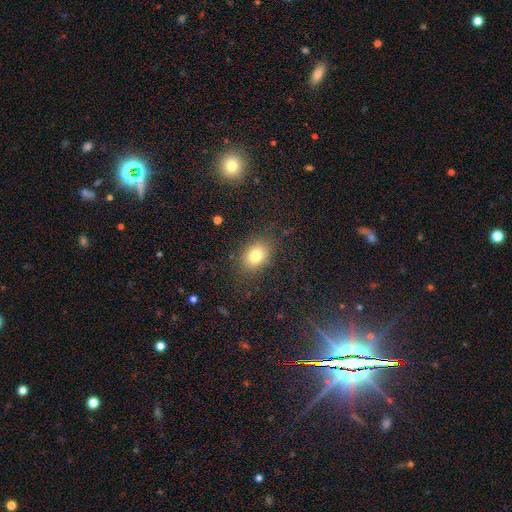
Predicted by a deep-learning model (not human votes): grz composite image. It shows a smooth galaxy with no disk features (79%) that is in between round and cigar-shaped (59%). Merging: none (82%).